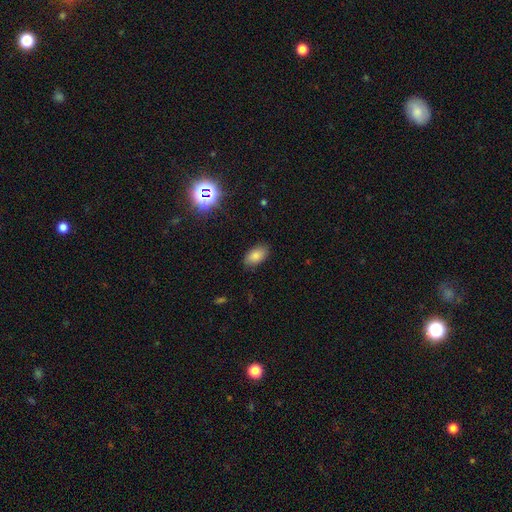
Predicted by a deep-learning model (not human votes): Overall: smooth (81%). How rounded: in between (93%). Merging: none (85%).